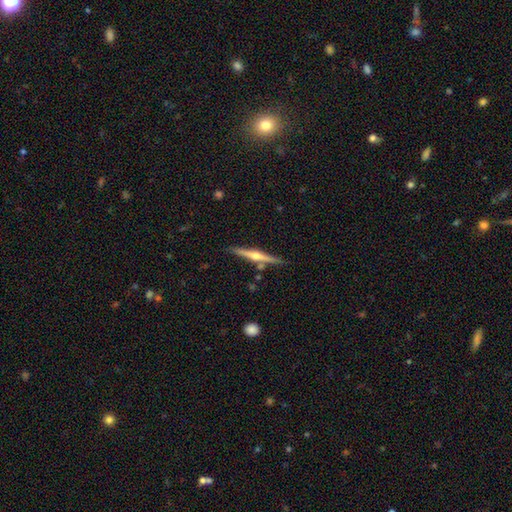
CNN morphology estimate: Smooth or featured? featured or disk (75%)
Edge-on disk? yes (98%)
Edge-on bulge? rounded (91%)
Merging? none (85%)